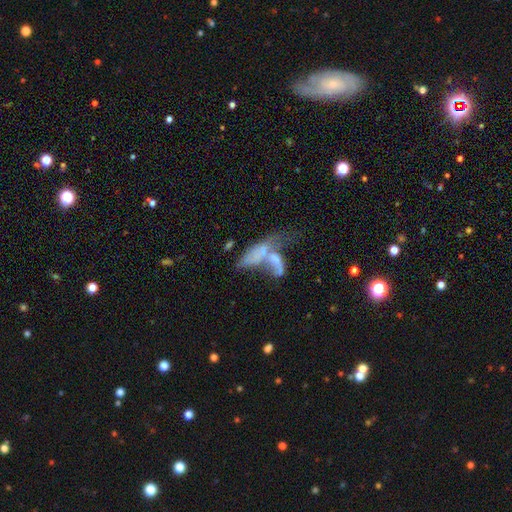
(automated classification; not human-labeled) The model was most divided on "smooth or featured": featured or disk: 46%, smooth: 44%, star or artifact: 10%. More confident: merging — merger (69%).